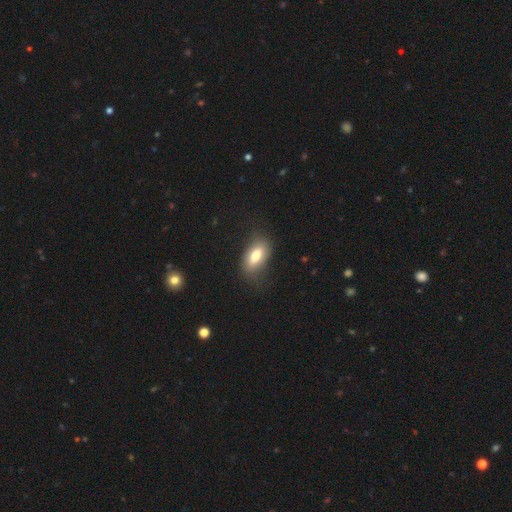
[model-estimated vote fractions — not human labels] Smooth or featured? Predicted: smooth (p=0.73). How rounded? Predicted: in between (p=0.85). Merging? Predicted: none (p=0.73).